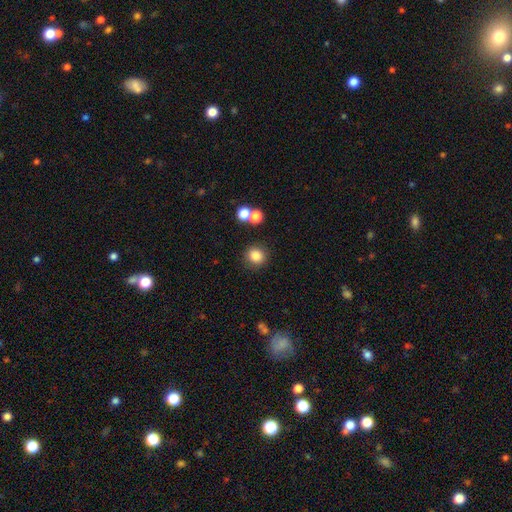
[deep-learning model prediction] A smooth galaxy with no disk features (83%) that is round (90%). Merging: none (84%).